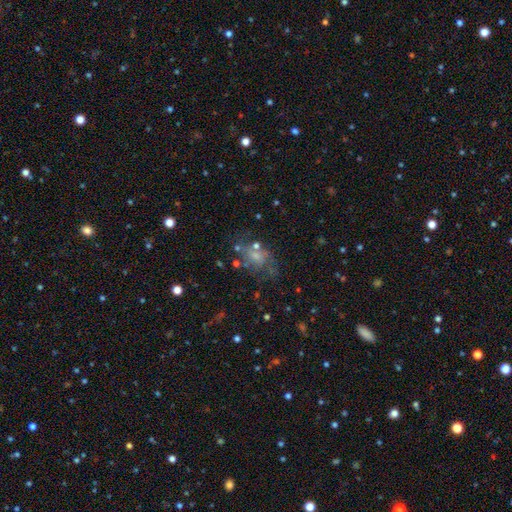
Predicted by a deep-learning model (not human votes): smooth_or_featured: smooth (p=0.38) [alt: featured or disk p=0.36]
merging: none (p=0.52) [alt: minor disturbance p=0.20]